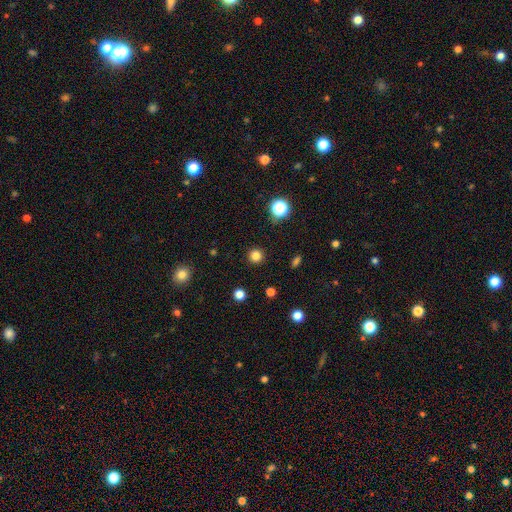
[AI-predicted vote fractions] smooth 82%, star or artifact 14%, featured or disk 4%. Down the decision tree: how rounded — round (95%); merging — none (92%).